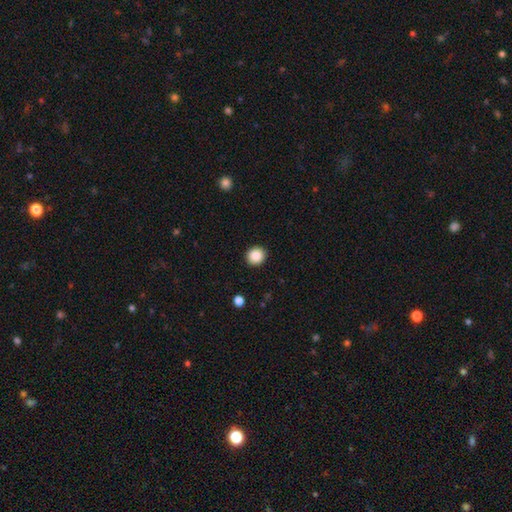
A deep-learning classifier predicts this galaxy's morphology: Q: Smooth or featured?
A: smooth (87%); runner-up: star or artifact (9%)
Q: How rounded?
A: round (92%); runner-up: in between (7%)
Q: Merging?
A: none (93%); runner-up: minor disturbance (5%)